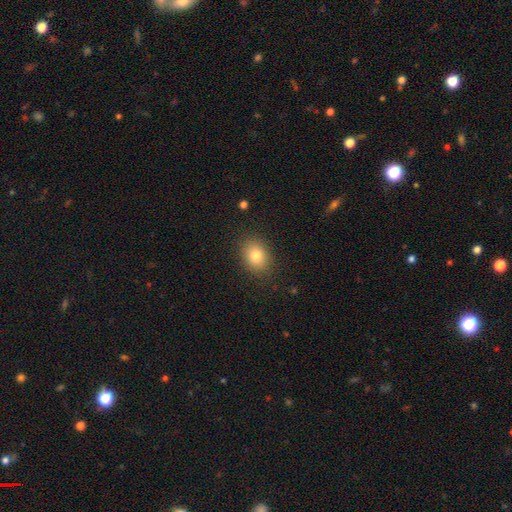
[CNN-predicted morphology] The model was most divided on "how rounded": in between: 59%, round: 40%, cigar-shaped: 1%. More confident: merging — none (87%); smooth or featured — smooth (80%).